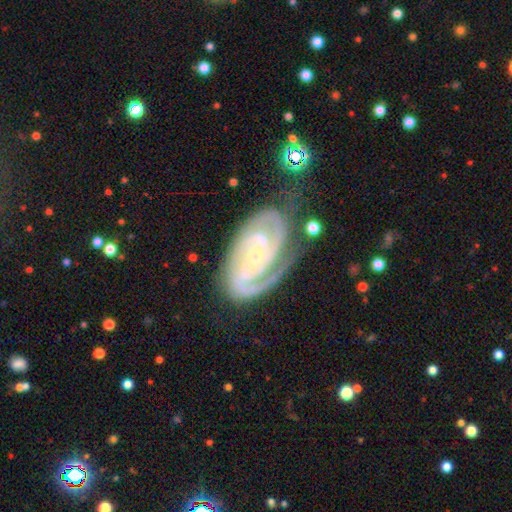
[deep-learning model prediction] A featured or disk galaxy (91%) with no bar (56%), 2 (54%) tight (73%) spiral arms (98%) and a small central bulge (75%).

Vote fractions:
- Smooth or featured? featured or disk: 91% / star or artifact: 5% / smooth: 4%
- Edge-on disk? no: 97% / yes: 3%
- Bar? no: 56% / weak: 27% / strong: 16%
- Spiral arms? yes: 98% / no: 2%
- Spiral winding? tight: 73% / medium: 24% / loose: 3%
- Spiral arm count? 2: 54% / 3: 28% / can't tell: 7% / 4: 5% / 1: 3% / more than 4: 3%
- Bulge size? small: 75% / moderate: 22% / none: 1% / large: 1% / dominant: 1%
- Merging? none: 69% / minor disturbance: 21% / major disturbance: 7% / merger: 3%